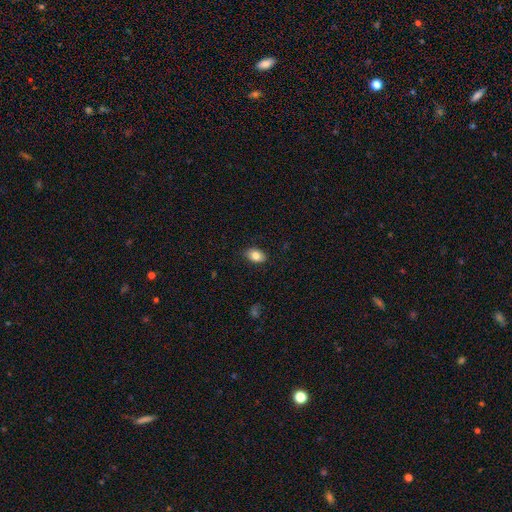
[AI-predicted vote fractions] smooth_or_featured: smooth (p=0.83) [alt: featured or disk p=0.09]
how_rounded: in between (p=0.85) [alt: round p=0.14]
merging: none (p=0.86) [alt: minor disturbance p=0.11]